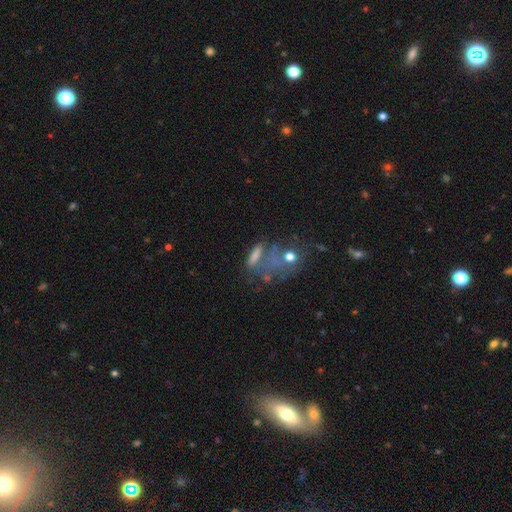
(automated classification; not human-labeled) smooth-or-featured: smooth: 43% | featured or disk: 34% | star or artifact: 23%
  merging: none: 35% | merger: 26% | major disturbance: 24% | minor disturbance: 15%